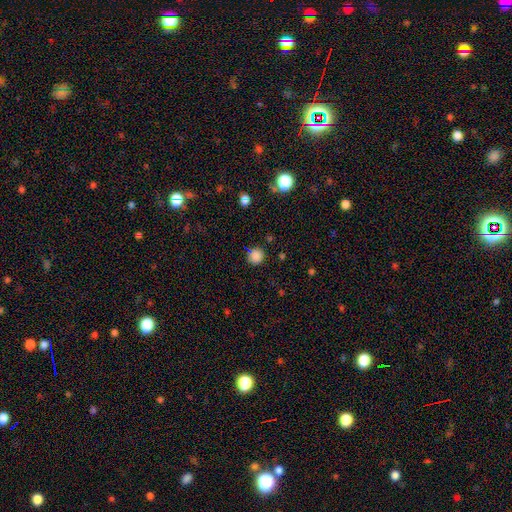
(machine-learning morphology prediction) A smooth galaxy with no disk features (83%) that is round (90%).

Vote fractions:
- Smooth or featured? smooth: 83% / star or artifact: 13% / featured or disk: 4%
- How rounded? round: 90% / in between: 9% / cigar-shaped: 1%
- Merging? none: 80% / minor disturbance: 12% / merger: 5% / major disturbance: 3%